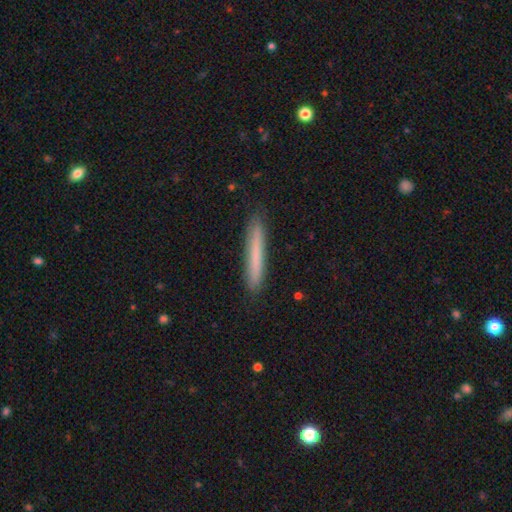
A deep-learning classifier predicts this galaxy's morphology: smooth-or-featured: smooth: 72% | featured or disk: 21% | star or artifact: 7%
  how-rounded: cigar-shaped: 96% | in between: 2% | round: 1%
  merging: none: 90% | minor disturbance: 7% | major disturbance: 1% | merger: 1%